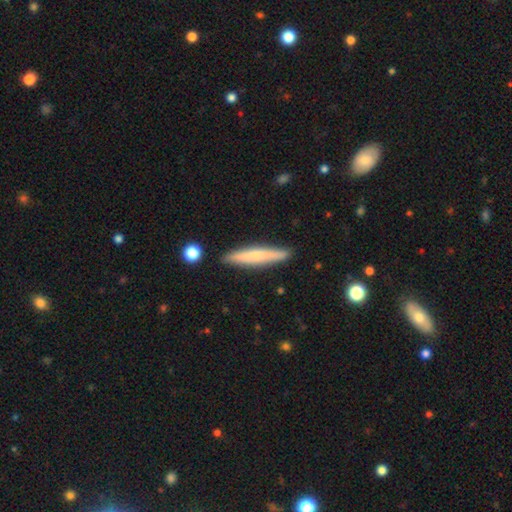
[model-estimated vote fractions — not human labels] Morphology: type=smooth (63%); roundness=cigar-shaped (94%); merging=none (89%).